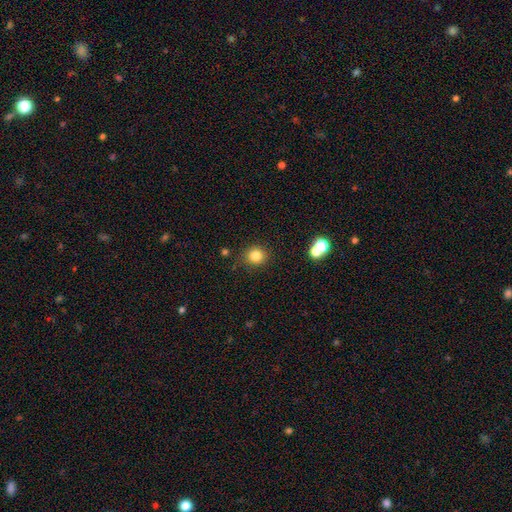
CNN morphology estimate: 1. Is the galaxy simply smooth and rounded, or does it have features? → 82% smooth, 12% star or artifact, 6% featured or disk.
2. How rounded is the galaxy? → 90% round, 9% in between, 1% cigar-shaped.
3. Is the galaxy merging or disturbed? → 85% none, 9% minor disturbance, 4% merger, 3% major disturbance.